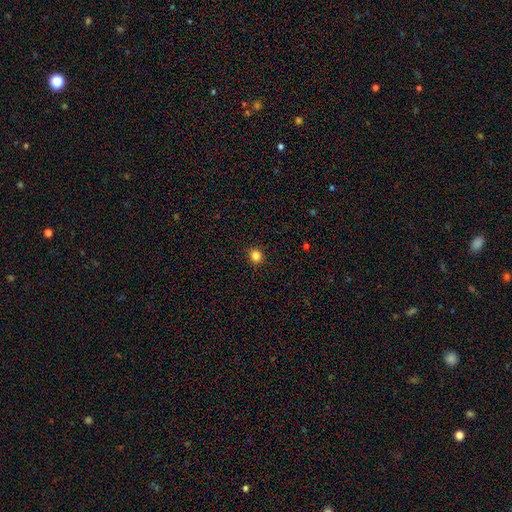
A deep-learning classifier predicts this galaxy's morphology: A smooth galaxy with no disk features (84%) that is round (90%). Merging: none (92%).